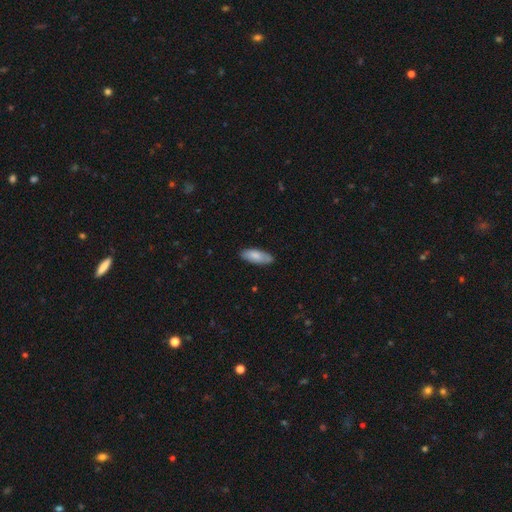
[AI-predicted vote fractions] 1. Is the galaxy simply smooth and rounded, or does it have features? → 82% smooth, 13% featured or disk, 6% star or artifact.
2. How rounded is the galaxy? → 75% in between, 24% cigar-shaped, 2% round.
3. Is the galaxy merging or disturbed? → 82% none, 15% minor disturbance, 2% major disturbance, 1% merger.